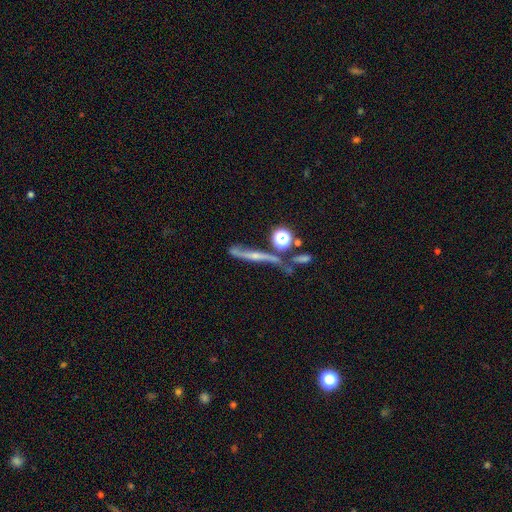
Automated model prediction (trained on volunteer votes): Morphology: type=featured or disk (43%); merging=none (59%).